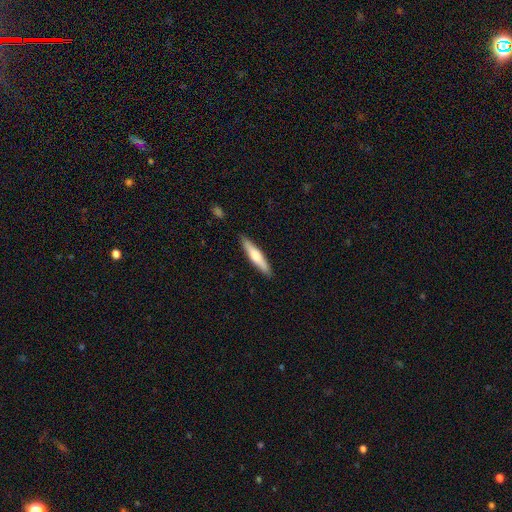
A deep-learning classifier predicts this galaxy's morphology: Smooth or featured: smooth — 56% (featured or disk — 39%)
How rounded: cigar-shaped — 87% (in between — 12%)
Merging: none — 89% (minor disturbance — 8%)